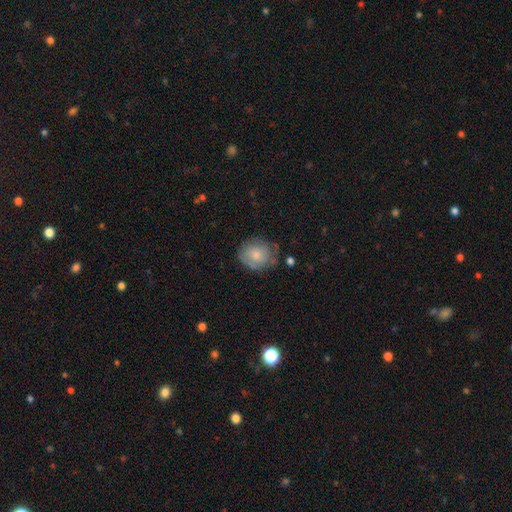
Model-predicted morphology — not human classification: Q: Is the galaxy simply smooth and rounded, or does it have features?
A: smooth — 70%.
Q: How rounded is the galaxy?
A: round — 74%.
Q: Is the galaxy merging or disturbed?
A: none — 66%.